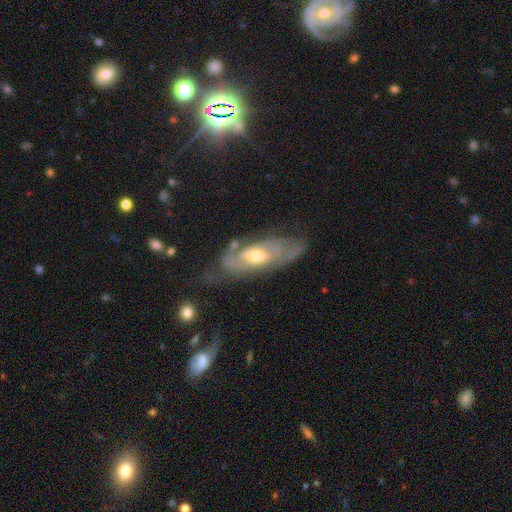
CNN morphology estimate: Q: Smooth or featured?
A: featured or disk (74%); runner-up: smooth (20%)
Q: Edge-on disk?
A: no (83%); runner-up: yes (17%)
Q: Bar?
A: no (61%); runner-up: weak (31%)
Q: Spiral arms?
A: yes (77%); runner-up: no (23%)
Q: Bulge size?
A: moderate (68%); runner-up: small (22%)
Q: Merging?
A: none (58%); runner-up: minor disturbance (25%)